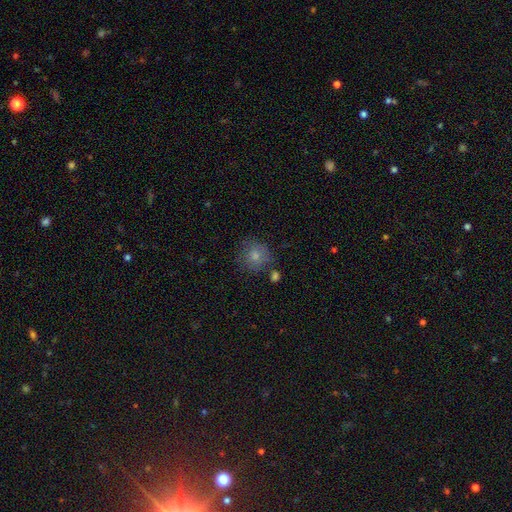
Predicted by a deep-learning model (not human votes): Smooth or featured: smooth — 79% (featured or disk — 12%)
How rounded: round — 88% (in between — 11%)
Merging: none — 67% (minor disturbance — 20%)